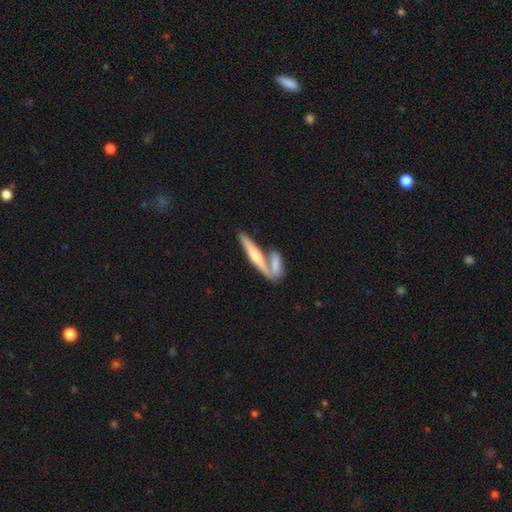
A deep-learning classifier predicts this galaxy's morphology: smooth-or-featured: featured or disk: 60% | smooth: 32% | star or artifact: 7%
  disk-edge-on: yes: 88% | no: 12%
    edge-on-bulge: rounded: 81% | none: 11% | boxy: 8%
  merging: none: 45% | merger: 41% | minor disturbance: 9% | major disturbance: 5%